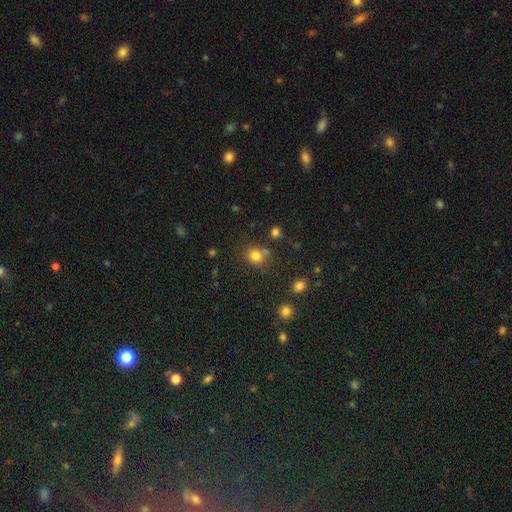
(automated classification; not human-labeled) Smooth or featured? smooth (80%)
How rounded? round (76%)
Merging? none (64%)